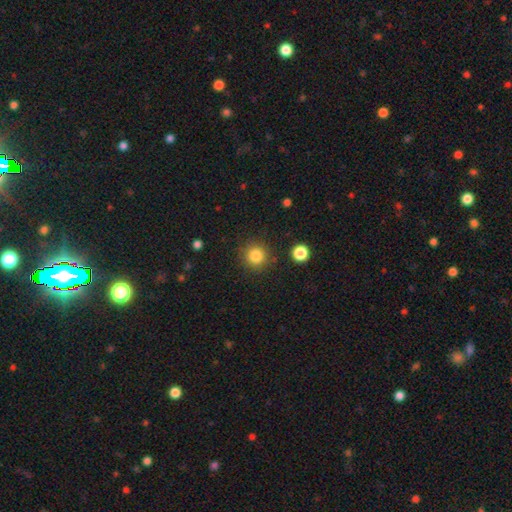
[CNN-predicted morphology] This is clearly a smooth galaxy (83%). How rounded: clearly round (94%). Merging: clearly none (88%).